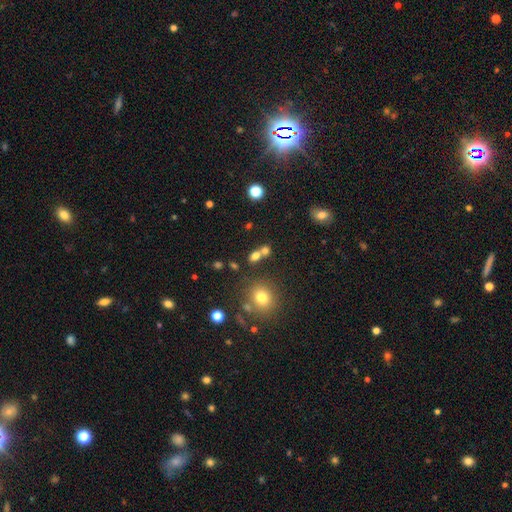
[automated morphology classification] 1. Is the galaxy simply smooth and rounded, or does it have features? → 71% smooth, 16% star or artifact, 12% featured or disk.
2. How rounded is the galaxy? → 63% in between, 32% round, 4% cigar-shaped.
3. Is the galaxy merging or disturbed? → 45% none, 41% merger, 9% minor disturbance, 5% major disturbance.